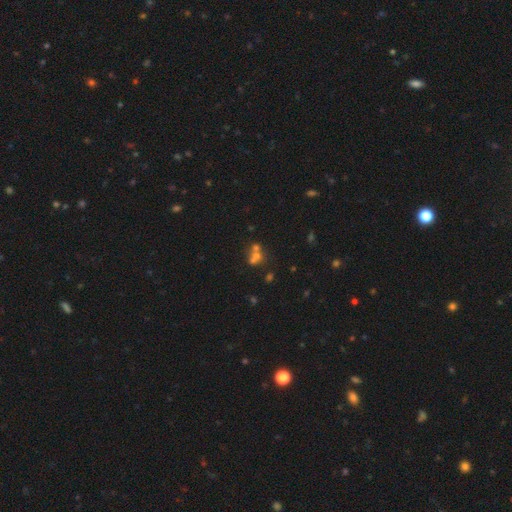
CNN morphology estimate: smooth_or_featured: smooth (p=0.52) [alt: featured or disk p=0.24]
how_rounded: round (p=0.70) [alt: in between p=0.29]
merging: merger (p=0.56) [alt: none p=0.33]